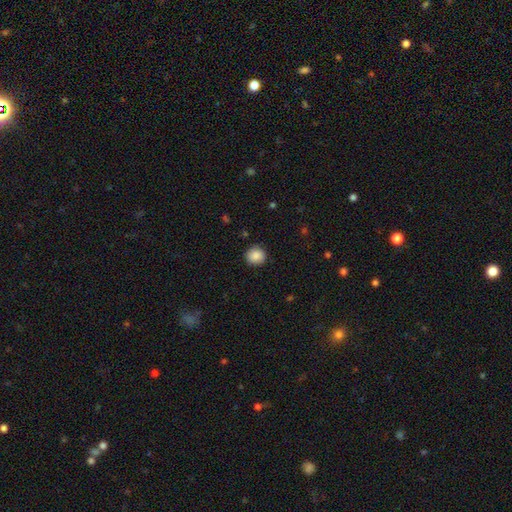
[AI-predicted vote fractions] Smooth or featured? smooth (88%)
How rounded? round (89%)
Merging? none (87%)